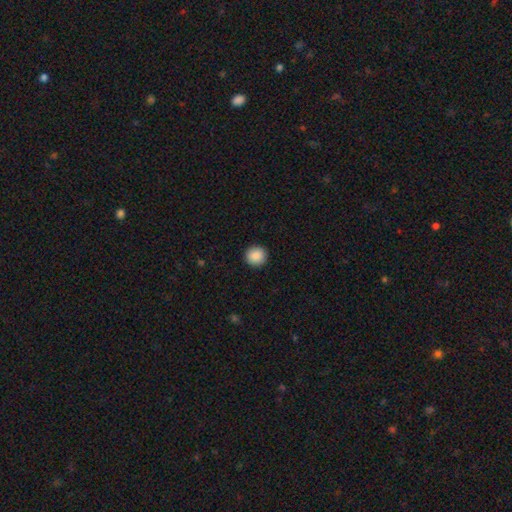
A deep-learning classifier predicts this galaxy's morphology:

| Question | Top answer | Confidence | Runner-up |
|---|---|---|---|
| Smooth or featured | smooth | 88% | star or artifact (8%) |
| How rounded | round | 94% | in between (5%) |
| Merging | none | 93% | minor disturbance (5%) |